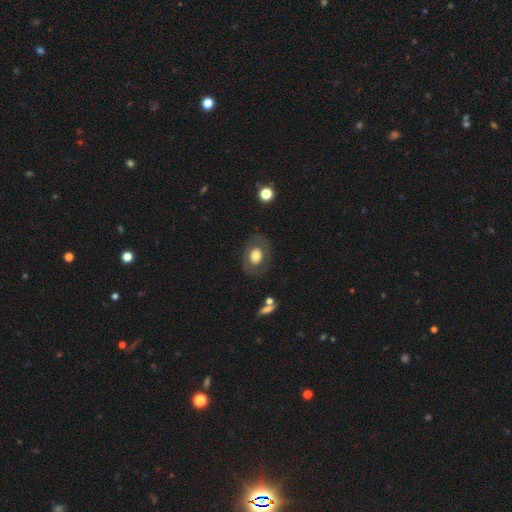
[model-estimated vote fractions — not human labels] The model was most divided on "how rounded": in between: 63%, round: 36%, cigar-shaped: 1%. More confident: merging — none (80%); smooth or featured — smooth (61%).